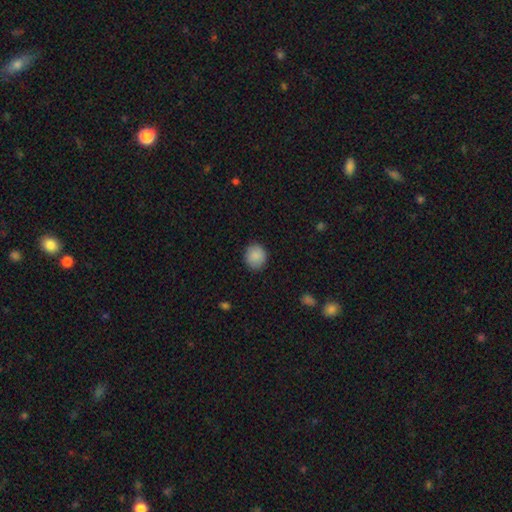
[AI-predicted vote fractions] Morphology: type=smooth (88%); roundness=round (80%); merging=none (88%).